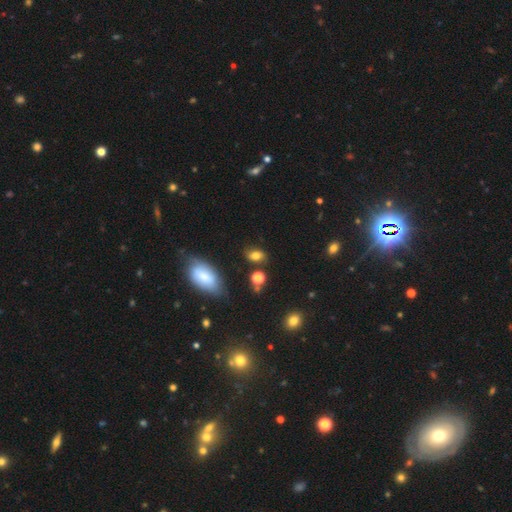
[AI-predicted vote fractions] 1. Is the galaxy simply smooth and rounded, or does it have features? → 72% smooth, 14% featured or disk, 13% star or artifact.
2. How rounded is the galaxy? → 72% in between, 25% round, 3% cigar-shaped.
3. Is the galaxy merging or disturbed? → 66% none, 20% minor disturbance, 7% major disturbance, 7% merger.